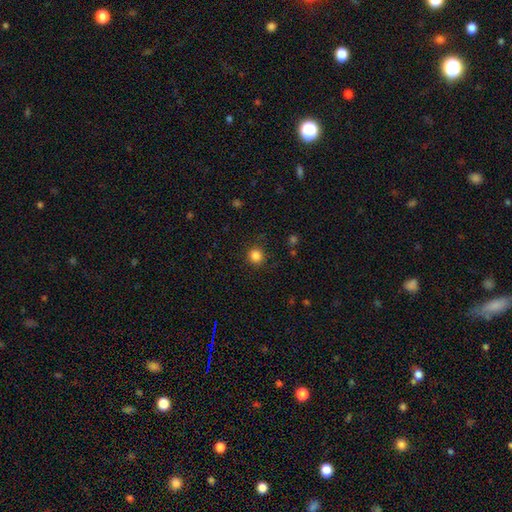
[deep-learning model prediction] The model was most divided on "smooth or featured": smooth: 84%, star or artifact: 12%, featured or disk: 4%. More confident: how rounded — round (93%); merging — none (89%).